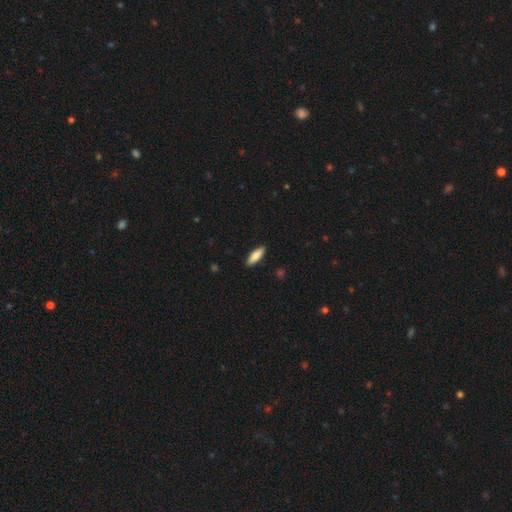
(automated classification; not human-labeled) Overall: smooth (80%). How rounded: in between (50%; cigar-shaped 49%). Merging: none (90%).